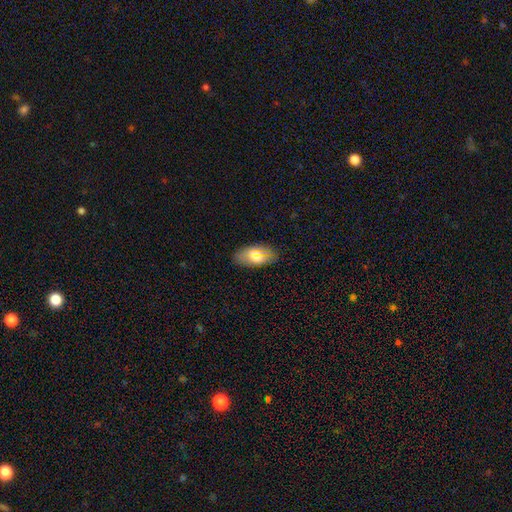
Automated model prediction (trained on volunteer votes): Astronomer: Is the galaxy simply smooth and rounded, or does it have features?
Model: smooth — 67%.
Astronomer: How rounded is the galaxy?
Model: in between — 90%.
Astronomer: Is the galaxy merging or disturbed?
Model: none — 86%.